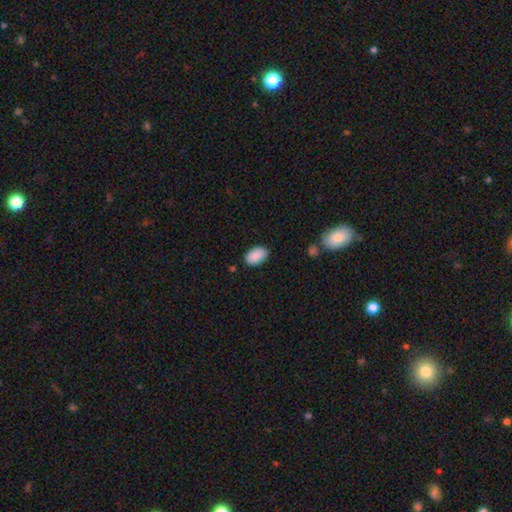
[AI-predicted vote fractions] Q: Smooth or featured?
A: smooth (90%); runner-up: star or artifact (7%)
Q: How rounded?
A: in between (93%); runner-up: round (6%)
Q: Merging?
A: none (84%); runner-up: minor disturbance (12%)